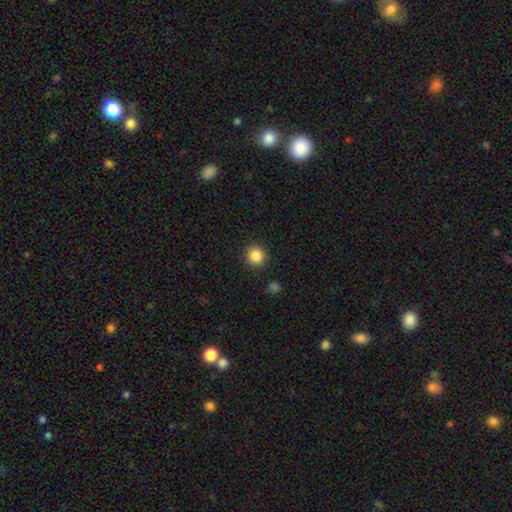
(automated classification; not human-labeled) smooth 86%, star or artifact 11%, featured or disk 4%. Down the decision tree: how rounded — round (94%); merging — none (91%).